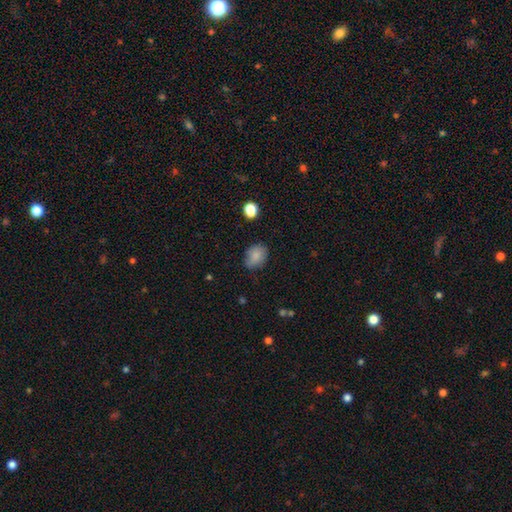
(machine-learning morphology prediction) A smooth galaxy with no disk features (85%) that is in between round and cigar-shaped (65%). Merging: none (73%).